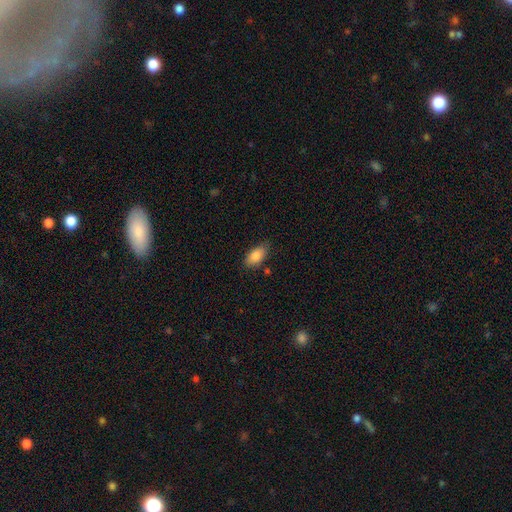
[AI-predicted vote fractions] Smooth or featured: smooth — 85% (featured or disk — 8%)
How rounded: in between — 91% (cigar-shaped — 6%)
Merging: none — 77% (minor disturbance — 17%)